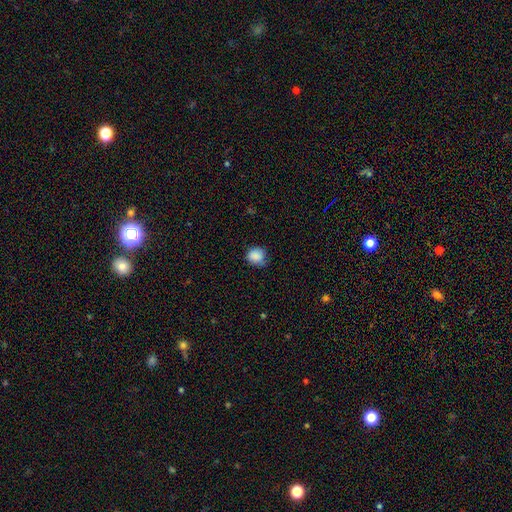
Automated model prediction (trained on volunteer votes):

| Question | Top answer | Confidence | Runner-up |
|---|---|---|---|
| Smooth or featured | smooth | 86% | star or artifact (9%) |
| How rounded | round | 77% | in between (22%) |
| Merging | none | 66% | minor disturbance (27%) |